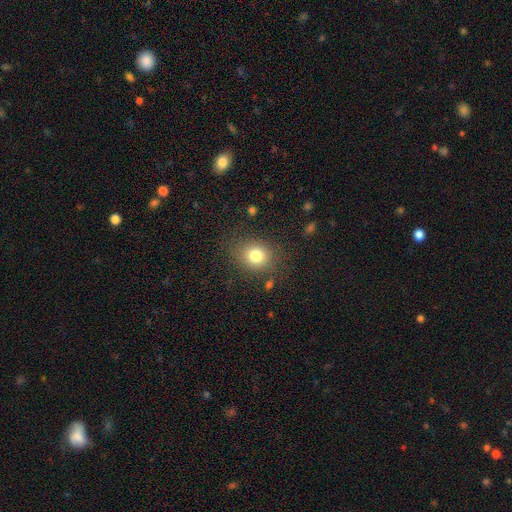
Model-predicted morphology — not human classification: Overall: smooth (78%). How rounded: round (67%; in between 32%). Merging: none (81%).